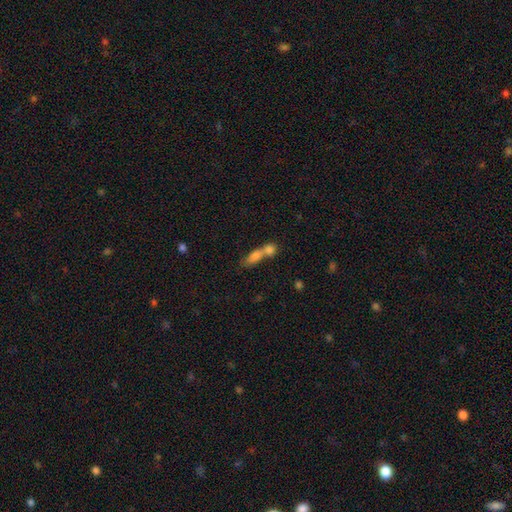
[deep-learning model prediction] This is likely a smooth galaxy (75%). How rounded: possibly in between (57%). Merging: likely merger (67%).